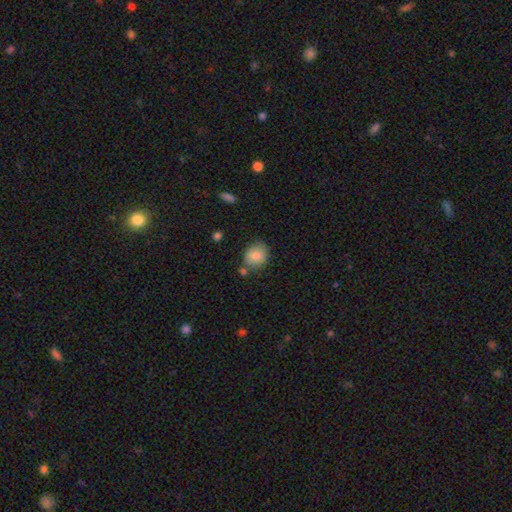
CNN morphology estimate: A smooth galaxy with no disk features (81%) that is round (68%).

Vote fractions:
- Smooth or featured? smooth: 81% / featured or disk: 10% / star or artifact: 8%
- How rounded? round: 68% / in between: 31% / cigar-shaped: 1%
- Merging? none: 71% / minor disturbance: 16% / merger: 10% / major disturbance: 3%